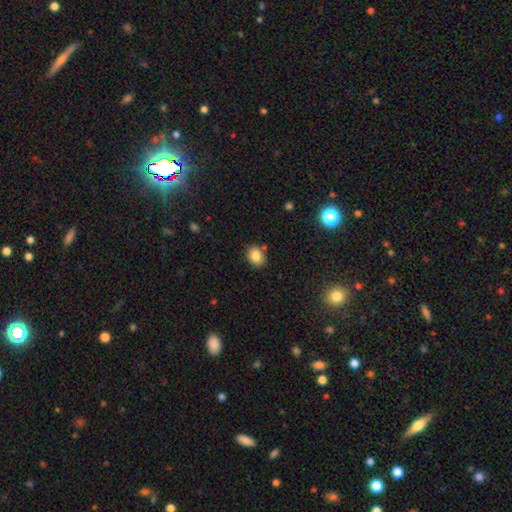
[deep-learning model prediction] Overall: smooth (84%). How rounded: in between (64%; round 35%). Merging: none (82%).